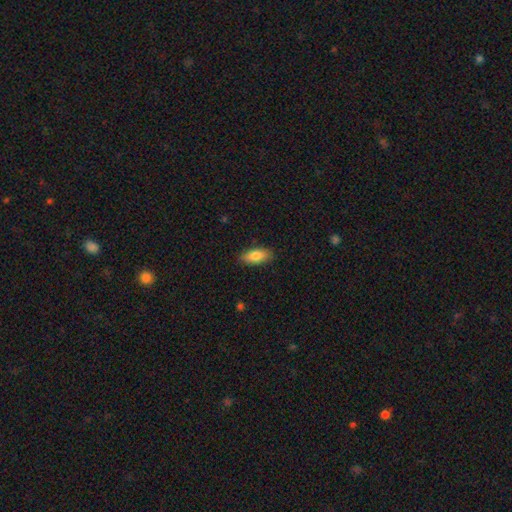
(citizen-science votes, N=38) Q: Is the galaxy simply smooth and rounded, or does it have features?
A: smooth — 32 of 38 (84%).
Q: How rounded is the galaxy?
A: in between — 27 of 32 (84%).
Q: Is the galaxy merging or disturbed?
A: none — 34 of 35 (97%).